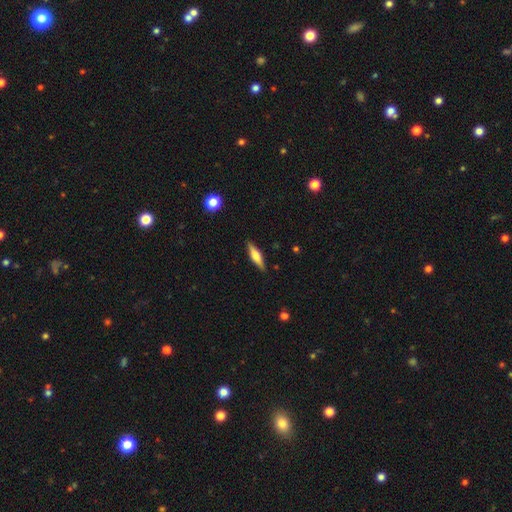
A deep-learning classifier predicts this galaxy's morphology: Overall: featured or disk (50%; smooth 44%). Merging: none (89%).